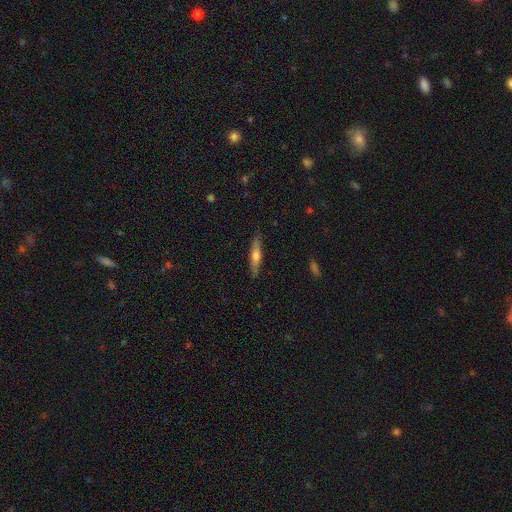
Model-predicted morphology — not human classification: This is possibly a smooth galaxy (51%). How rounded: clearly cigar-shaped (84%). Merging: clearly none (87%).